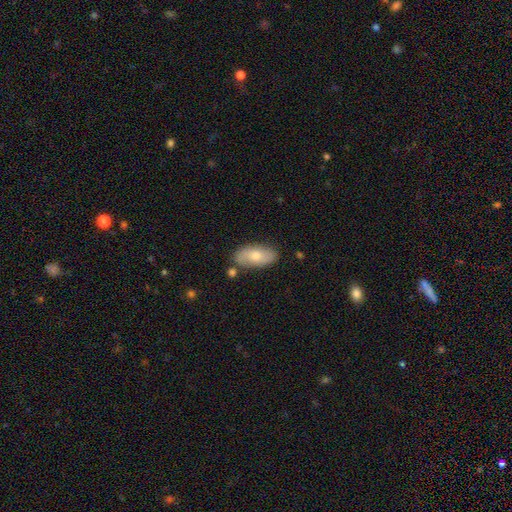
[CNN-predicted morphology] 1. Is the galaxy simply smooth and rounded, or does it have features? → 69% smooth, 25% featured or disk, 6% star or artifact.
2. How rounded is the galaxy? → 93% in between, 4% cigar-shaped, 3% round.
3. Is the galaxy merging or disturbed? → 75% none, 16% minor disturbance, 6% merger, 3% major disturbance.